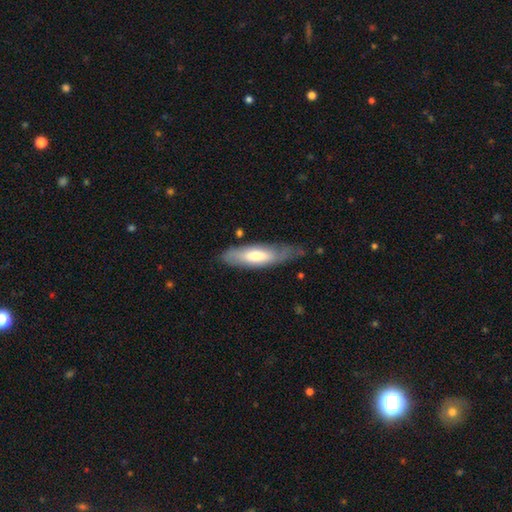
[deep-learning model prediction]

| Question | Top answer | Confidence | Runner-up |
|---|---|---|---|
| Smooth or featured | smooth | 59% | featured or disk (36%) |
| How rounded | cigar-shaped | 52% | in between (47%) |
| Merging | none | 62% | minor disturbance (28%) |